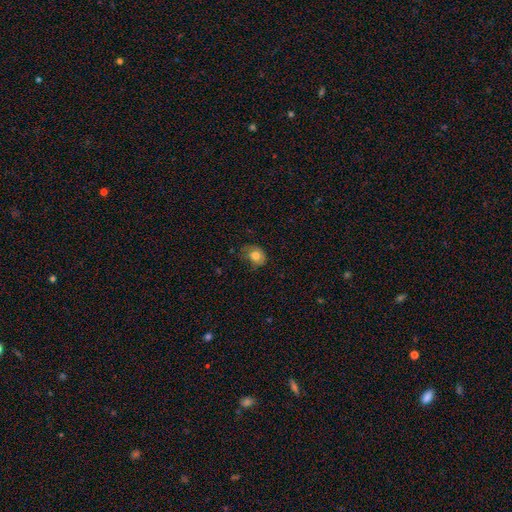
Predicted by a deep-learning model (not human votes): Q: Smooth or featured?
A: smooth (77%); runner-up: featured or disk (14%)
Q: How rounded?
A: in between (54%); runner-up: round (45%)
Q: Merging?
A: none (51%); runner-up: minor disturbance (34%)